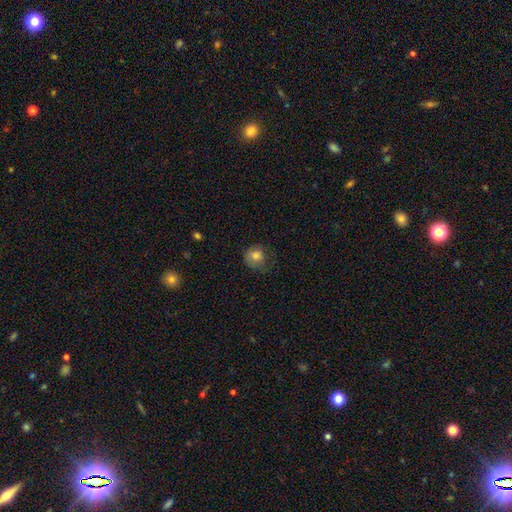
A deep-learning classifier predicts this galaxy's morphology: smooth 80%, star or artifact 10%, featured or disk 9%. Down the decision tree: how rounded — round (84%); merging — none (64%).